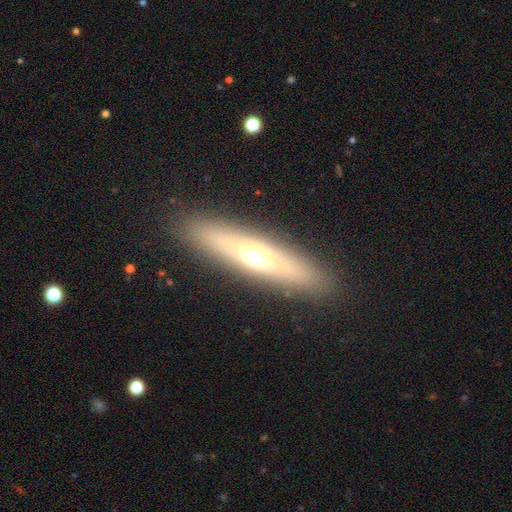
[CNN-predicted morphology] This appears to be a smooth galaxy with no disk features (47%). Merging: none (90%).